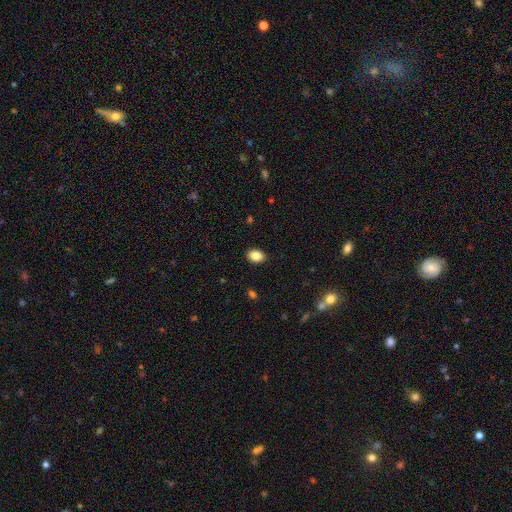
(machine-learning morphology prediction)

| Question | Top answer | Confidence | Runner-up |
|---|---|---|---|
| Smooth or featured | smooth | 87% | star or artifact (8%) |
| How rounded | in between | 80% | round (18%) |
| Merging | none | 89% | minor disturbance (8%) |